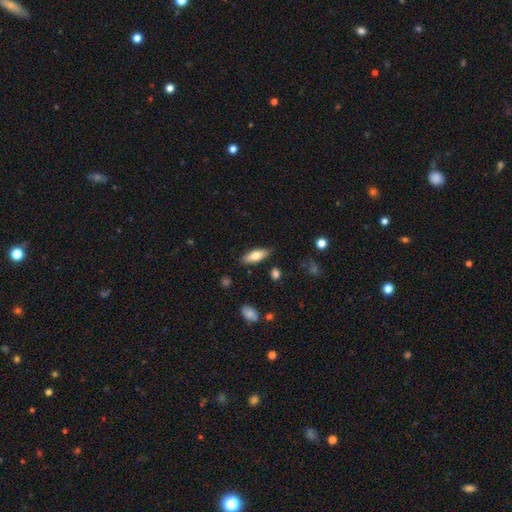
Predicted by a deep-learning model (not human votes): smooth-or-featured: smooth: 67% | featured or disk: 27% | star or artifact: 6%
  how-rounded: in between: 62% | cigar-shaped: 35% | round: 2%
  merging: none: 85% | minor disturbance: 11% | major disturbance: 2% | merger: 2%